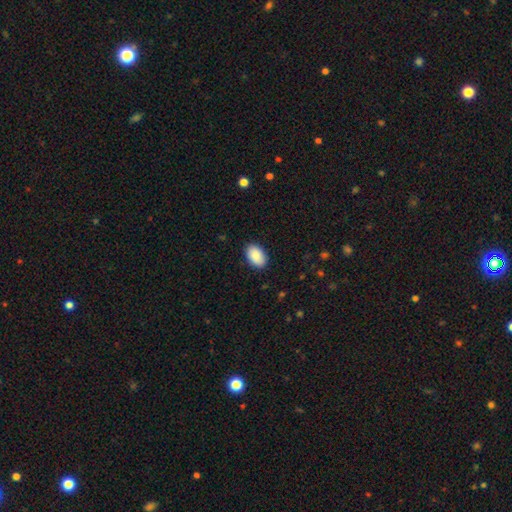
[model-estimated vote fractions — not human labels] Morphology: type=smooth (91%); roundness=in between (93%); merging=none (88%).